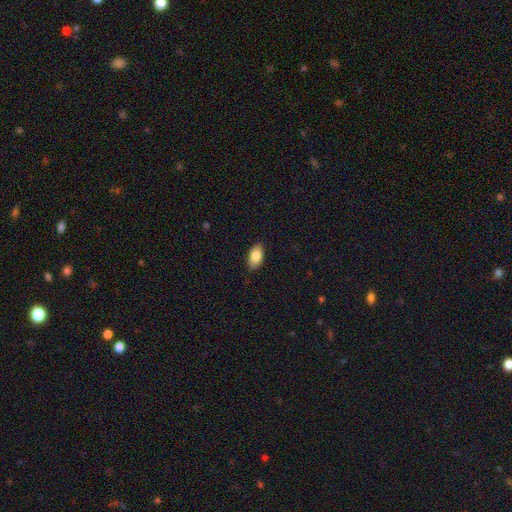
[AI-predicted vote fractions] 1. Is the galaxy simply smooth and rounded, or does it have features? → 83% smooth, 10% featured or disk, 7% star or artifact.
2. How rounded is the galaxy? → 93% in between, 5% round, 2% cigar-shaped.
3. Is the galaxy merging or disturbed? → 88% none, 9% minor disturbance, 2% major disturbance, 1% merger.